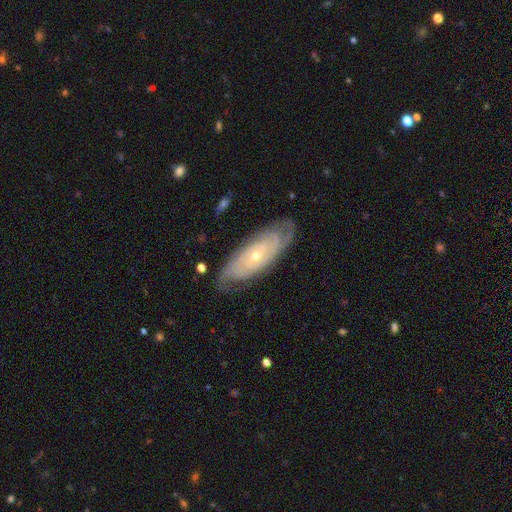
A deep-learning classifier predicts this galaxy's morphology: Overall: featured or disk (86%). Edge-on disk: no (90%). Bar: no (70%). Spiral arms: yes (96%). Spiral arm count: 2 (34%; can't tell 33%). Spiral winding: tight (77%). Bulge size: small (65%; moderate 32%). Merging: none (78%).